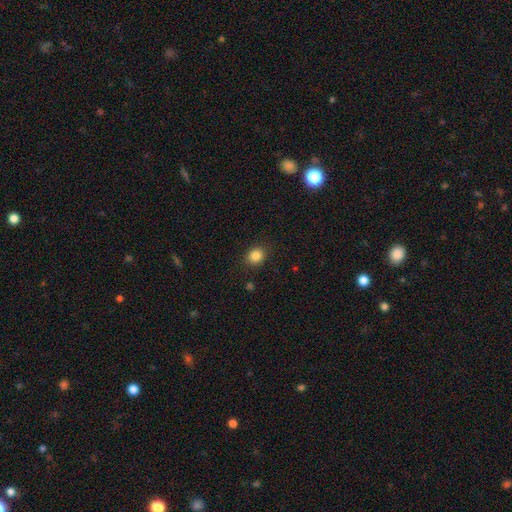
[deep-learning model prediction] smooth_or_featured: smooth (p=0.85) [alt: star or artifact p=0.11]
how_rounded: round (p=0.66) [alt: in between p=0.33]
merging: none (p=0.87) [alt: minor disturbance p=0.09]